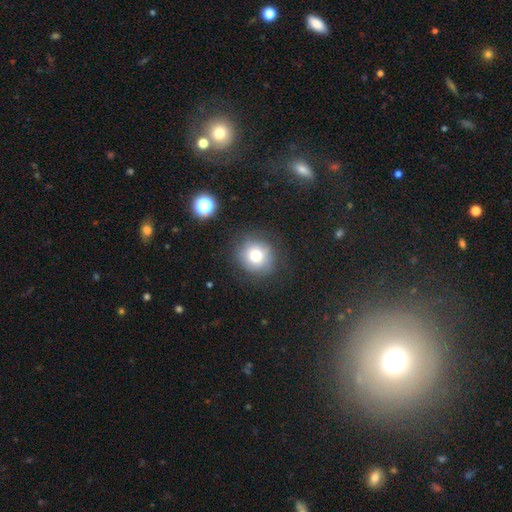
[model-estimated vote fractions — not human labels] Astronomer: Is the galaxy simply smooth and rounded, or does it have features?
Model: smooth — 72%.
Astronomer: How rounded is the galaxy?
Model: round — 89%.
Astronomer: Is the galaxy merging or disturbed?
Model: none — 81%.